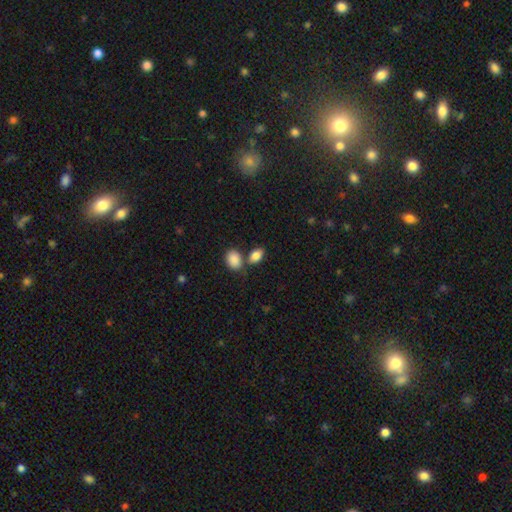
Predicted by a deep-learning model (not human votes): Smooth or featured?
  - smooth: 87% *
  - star or artifact: 8%
  - featured or disk: 5%
How rounded?
  - in between: 86% *
  - round: 12%
  - cigar-shaped: 2%
Merging?
  - none: 60% *
  - merger: 26%
  - minor disturbance: 11%
  - major disturbance: 3%